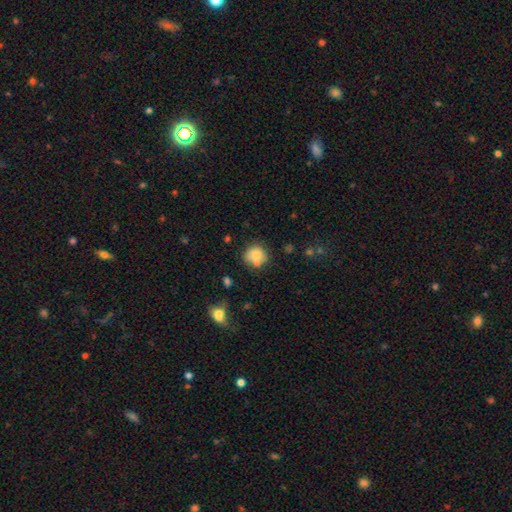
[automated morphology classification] This is likely a smooth galaxy (78%). How rounded: likely round (79%). Merging: possibly none (58%).